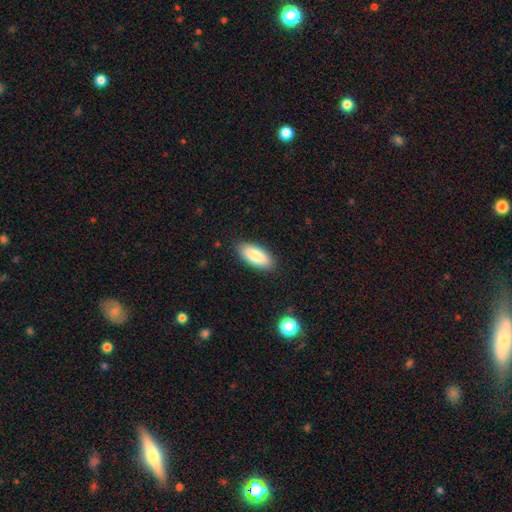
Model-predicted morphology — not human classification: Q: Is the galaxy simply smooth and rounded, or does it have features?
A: smooth — 85%.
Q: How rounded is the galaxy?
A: in between — 88%.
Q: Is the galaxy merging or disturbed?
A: none — 87%.